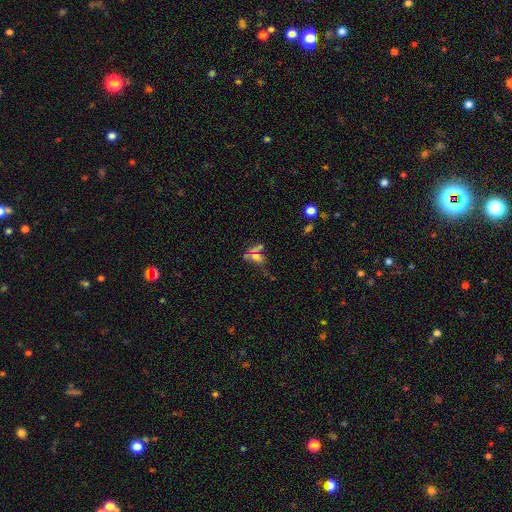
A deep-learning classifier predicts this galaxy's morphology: Smooth or featured?
  - smooth: 47% *
  - star or artifact: 36%
  - featured or disk: 17%
Merging?
  - none: 51% *
  - merger: 21%
  - minor disturbance: 15%
  - major disturbance: 12%